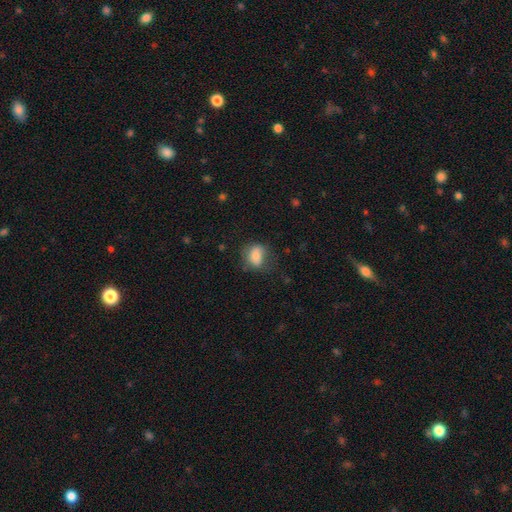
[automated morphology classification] A smooth galaxy with no disk features (78%) that is in between round and cigar-shaped (63%).

Vote fractions:
- Smooth or featured? smooth: 78% / featured or disk: 14% / star or artifact: 9%
- How rounded? in between: 63% / round: 35% / cigar-shaped: 2%
- Merging? none: 56% / minor disturbance: 28% / major disturbance: 14% / merger: 2%